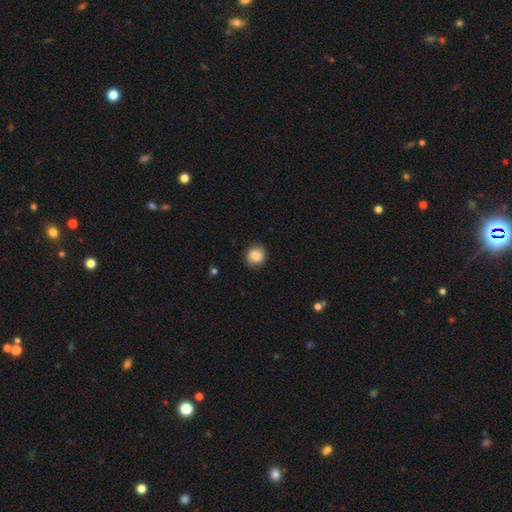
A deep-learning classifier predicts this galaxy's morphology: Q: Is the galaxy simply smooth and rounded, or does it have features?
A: smooth — 80%.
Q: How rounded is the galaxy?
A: round — 82%.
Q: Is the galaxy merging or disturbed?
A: none — 81%.